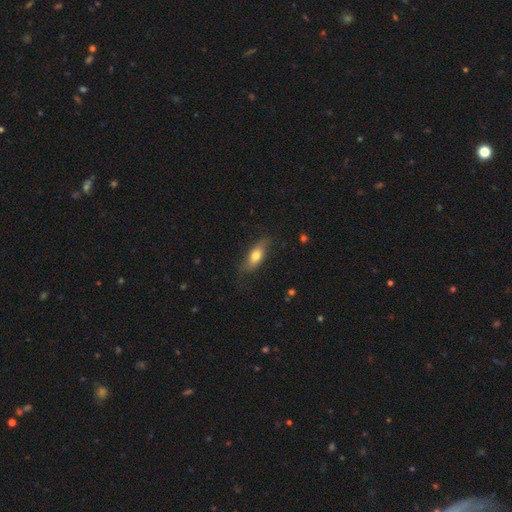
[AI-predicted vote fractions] A smooth galaxy with no disk features (69%) that is in between round and cigar-shaped (72%). Merging: none (70%).